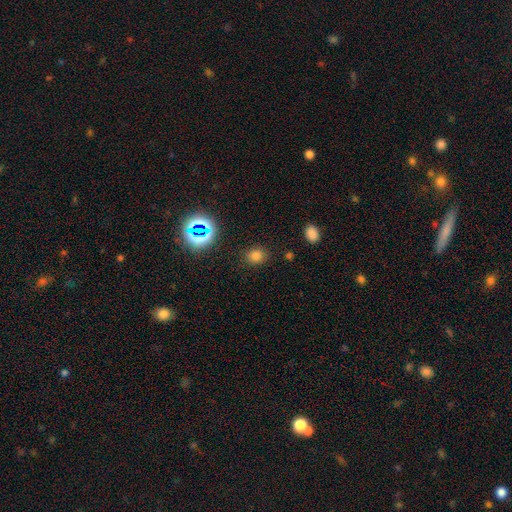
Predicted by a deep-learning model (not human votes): This appears to be a smooth galaxy with no disk features (73%) that is round (74%). Merging: none (85%).